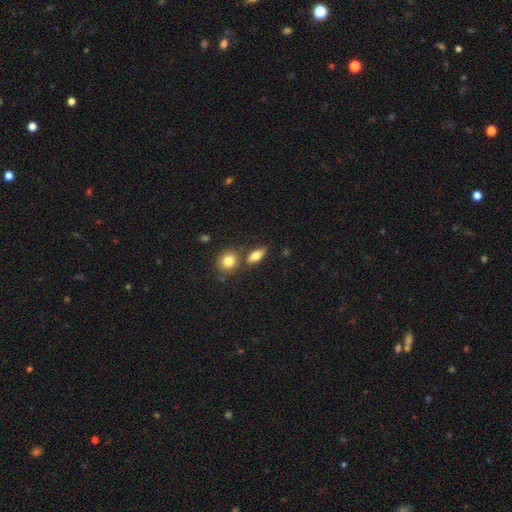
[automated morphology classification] smooth 74%, featured or disk 17%, star or artifact 8%. Down the decision tree: how rounded — in between (73%); merging — none (69%).